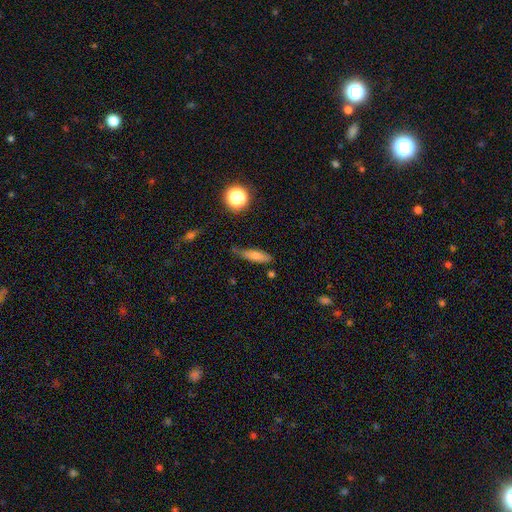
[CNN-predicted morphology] smooth 74%, featured or disk 15%, star or artifact 10%. Down the decision tree: how rounded — cigar-shaped (59%); merging — none (62%).